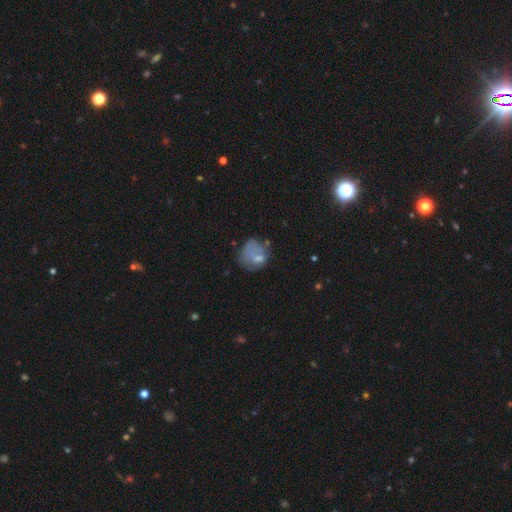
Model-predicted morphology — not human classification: smooth-or-featured: smooth: 58% | featured or disk: 31% | star or artifact: 11%
  how-rounded: round: 62% | in between: 37% | cigar-shaped: 1%
  merging: none: 37% | major disturbance: 27% | minor disturbance: 27% | merger: 9%